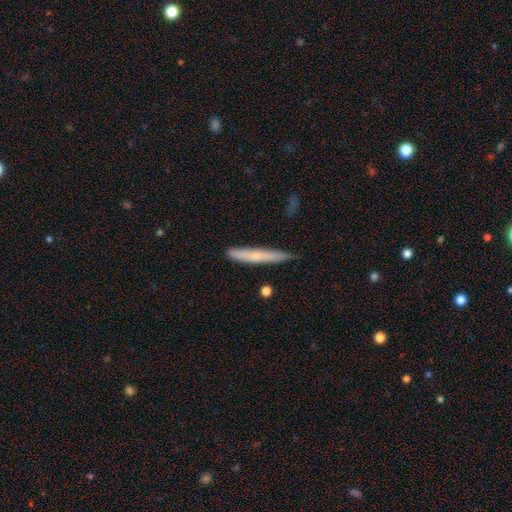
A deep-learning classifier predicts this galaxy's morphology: A smooth galaxy with no disk features (61%) that is cigar-shaped (95%). Merging: none (80%).